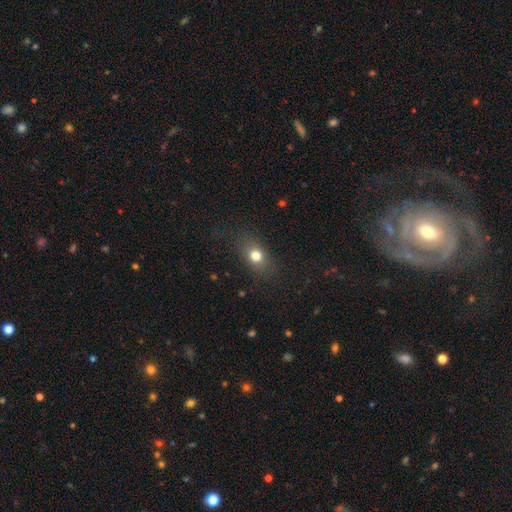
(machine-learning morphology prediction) A smooth galaxy with no disk features (76%) that is in between round and cigar-shaped (53%). Merging: none (80%).